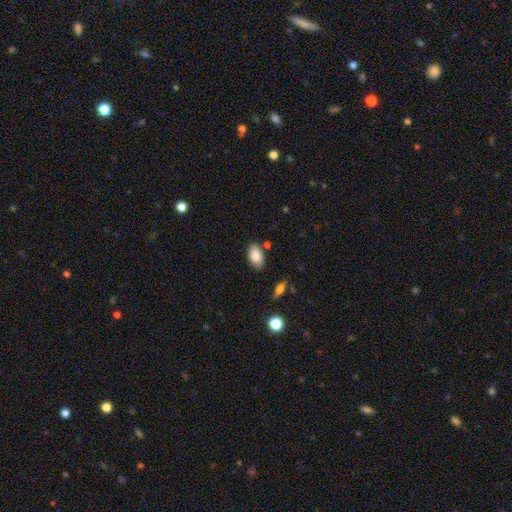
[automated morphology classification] This appears to be a smooth galaxy with no disk features (87%) that is in between round and cigar-shaped (93%). Merging: none (80%).